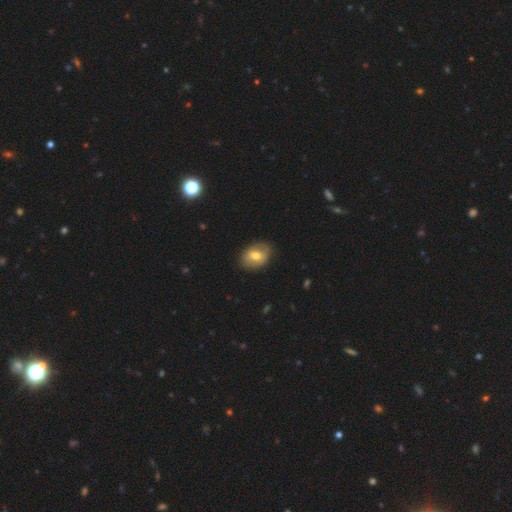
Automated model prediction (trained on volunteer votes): A smooth galaxy with no disk features (60%) that is in between round and cigar-shaped (63%).

Vote fractions:
- Smooth or featured? smooth: 60% / featured or disk: 32% / star or artifact: 8%
- How rounded? in between: 63% / round: 36% / cigar-shaped: 1%
- Merging? none: 81% / minor disturbance: 14% / major disturbance: 3% / merger: 1%